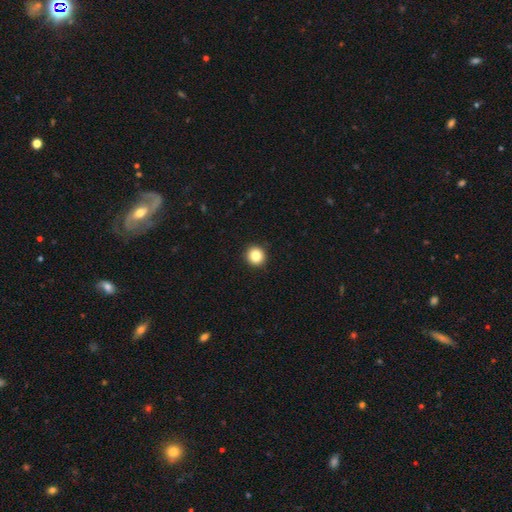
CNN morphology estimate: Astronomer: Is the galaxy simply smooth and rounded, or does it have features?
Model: smooth — 84%.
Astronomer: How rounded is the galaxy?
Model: round — 94%.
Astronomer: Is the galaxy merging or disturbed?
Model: none — 94%.